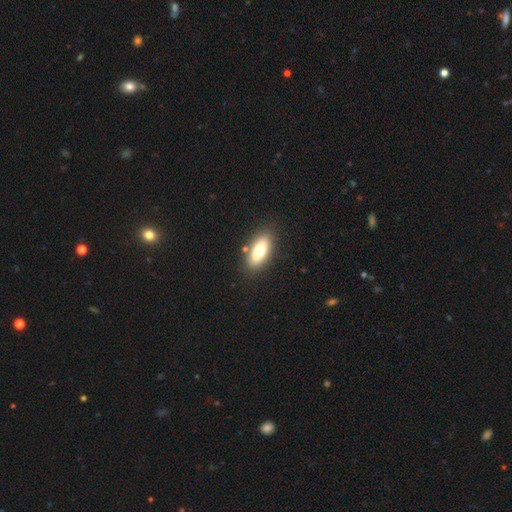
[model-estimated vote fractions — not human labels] A smooth galaxy with no disk features (72%) that is in between round and cigar-shaped (80%).

Vote fractions:
- Smooth or featured? smooth: 72% / featured or disk: 20% / star or artifact: 7%
- How rounded? in between: 80% / cigar-shaped: 17% / round: 3%
- Merging? none: 81% / minor disturbance: 11% / merger: 5% / major disturbance: 3%